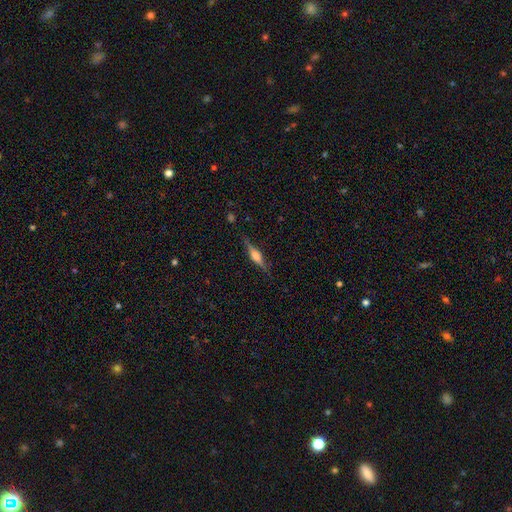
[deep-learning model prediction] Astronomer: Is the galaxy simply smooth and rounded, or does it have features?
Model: featured or disk — 69%.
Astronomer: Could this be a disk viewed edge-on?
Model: yes — 97%.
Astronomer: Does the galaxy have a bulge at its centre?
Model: rounded — 82%.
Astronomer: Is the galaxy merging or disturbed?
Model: none — 84%.